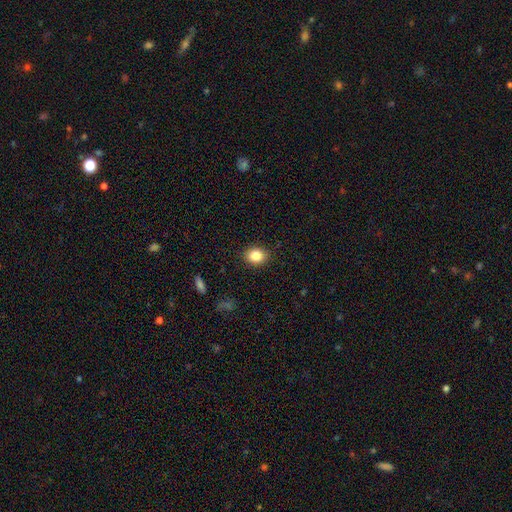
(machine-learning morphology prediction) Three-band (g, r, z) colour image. It shows a smooth galaxy with no disk features (84%) that is round (56%). Merging: none (89%).